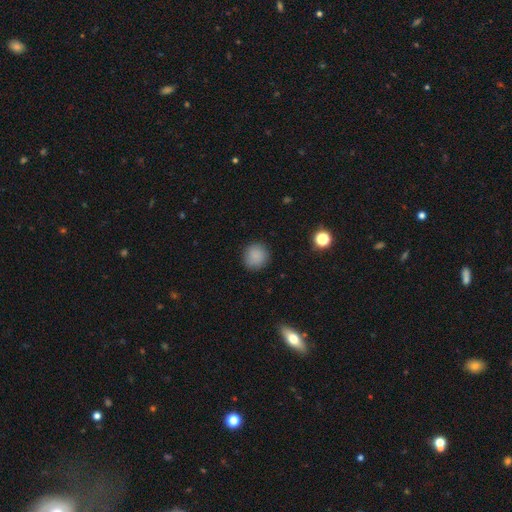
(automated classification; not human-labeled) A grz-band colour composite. It shows a smooth galaxy with no disk features (87%) that is round (91%). Merging: none (88%).